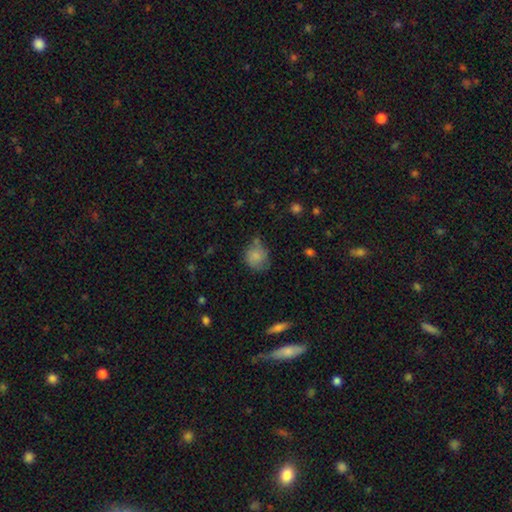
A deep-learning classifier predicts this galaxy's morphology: Smooth or featured? smooth (80%)
How rounded? round (73%)
Merging? none (53%)